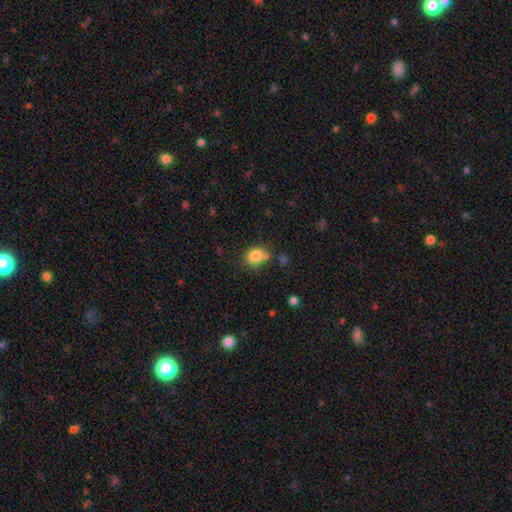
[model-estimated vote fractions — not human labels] Smooth or featured?
  - smooth: 83% *
  - star or artifact: 10%
  - featured or disk: 7%
How rounded?
  - round: 61% *
  - in between: 38%
  - cigar-shaped: 1%
Merging?
  - none: 65% *
  - minor disturbance: 18%
  - merger: 11%
  - major disturbance: 5%